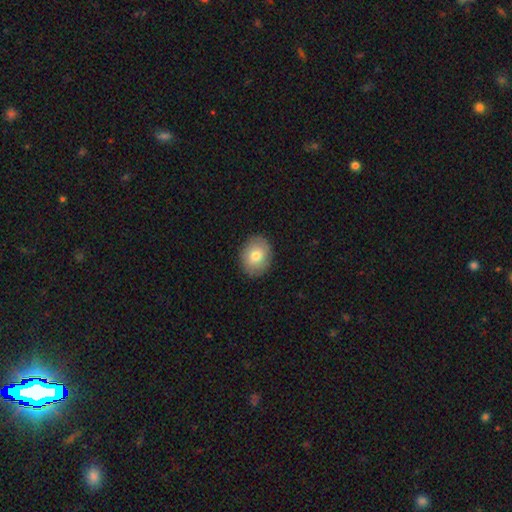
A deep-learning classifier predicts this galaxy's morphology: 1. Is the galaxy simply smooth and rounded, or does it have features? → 77% smooth, 15% featured or disk, 8% star or artifact.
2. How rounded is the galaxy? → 50% in between, 49% round, 1% cigar-shaped.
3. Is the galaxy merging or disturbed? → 88% none, 9% minor disturbance, 2% major disturbance, 1% merger.